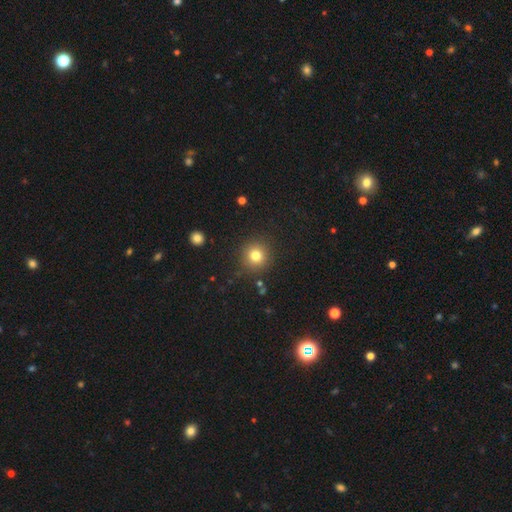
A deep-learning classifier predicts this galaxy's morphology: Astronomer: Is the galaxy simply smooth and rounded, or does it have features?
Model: smooth — 80%.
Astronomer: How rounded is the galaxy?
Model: round — 92%.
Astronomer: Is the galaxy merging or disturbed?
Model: none — 88%.